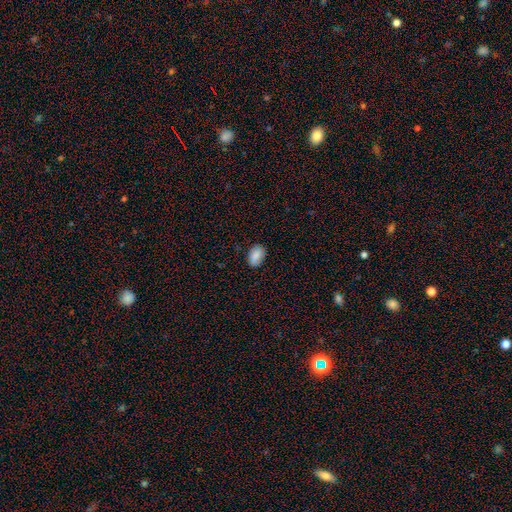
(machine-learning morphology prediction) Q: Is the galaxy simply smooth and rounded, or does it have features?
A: smooth — 86%.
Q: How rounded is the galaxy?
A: in between — 88%.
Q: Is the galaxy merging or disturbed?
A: none — 84%.